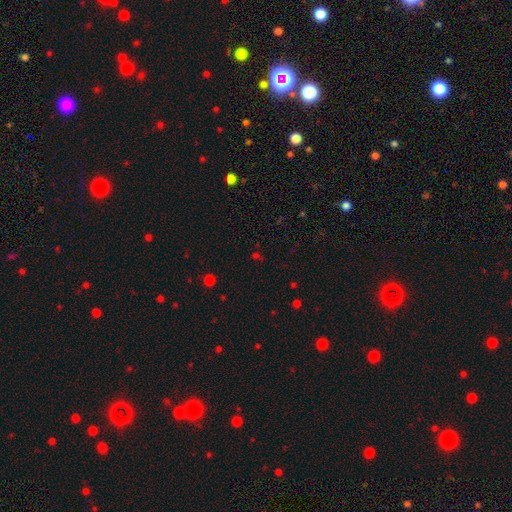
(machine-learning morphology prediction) A star or artifact, not a galaxy (59%).